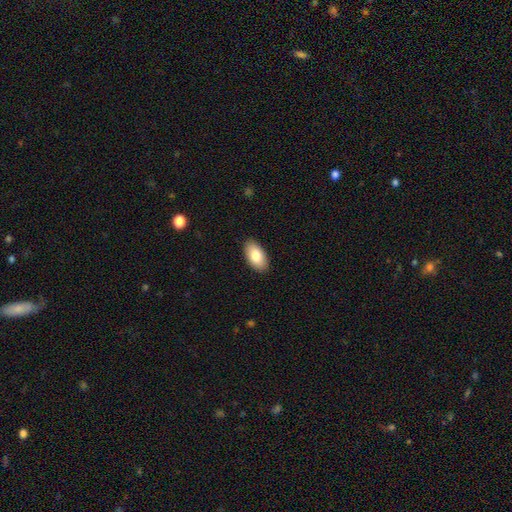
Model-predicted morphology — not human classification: Smooth or featured: smooth — 82% (featured or disk — 12%)
How rounded: in between — 95% (round — 3%)
Merging: none — 89% (minor disturbance — 8%)